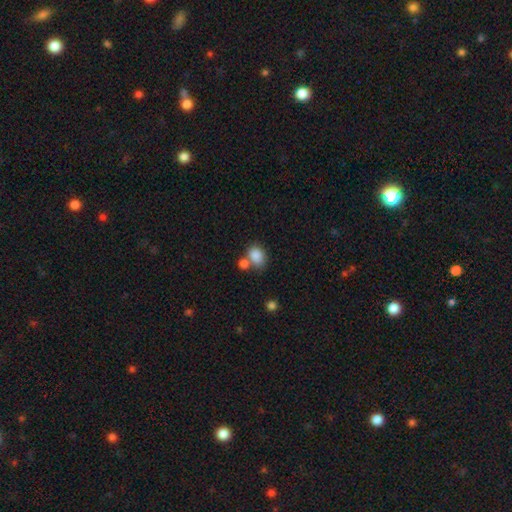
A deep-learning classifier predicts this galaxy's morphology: type=smooth (85%); roundness=in between (60%); merging=none (50%).